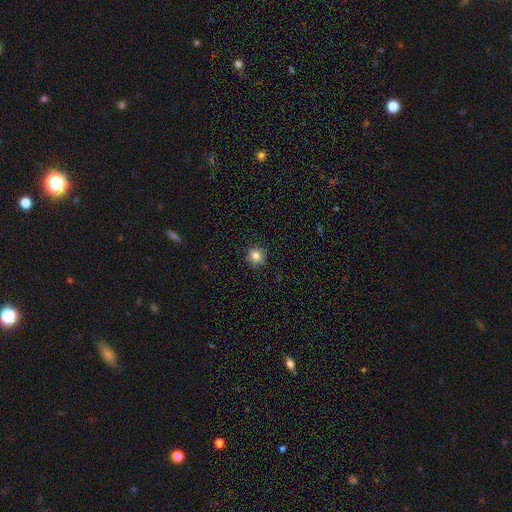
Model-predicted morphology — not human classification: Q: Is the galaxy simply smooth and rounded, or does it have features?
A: smooth — 83%.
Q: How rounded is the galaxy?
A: round — 90%.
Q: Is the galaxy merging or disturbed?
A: none — 88%.